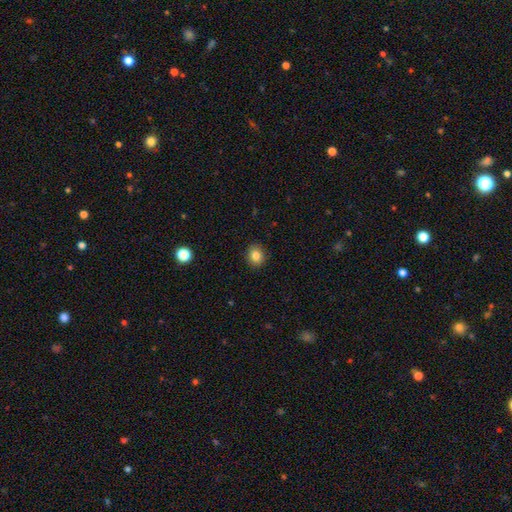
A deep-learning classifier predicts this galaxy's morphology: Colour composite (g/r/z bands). It shows a smooth galaxy with no disk features (84%) that is round (69%). Merging: none (91%).